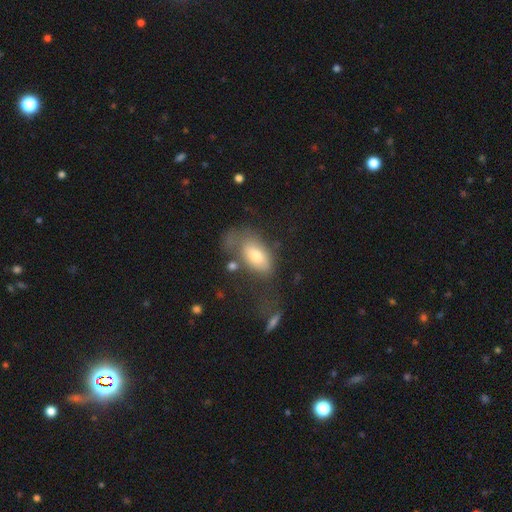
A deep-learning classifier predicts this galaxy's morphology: Smooth or featured?
  - smooth: 68% *
  - featured or disk: 24%
  - star or artifact: 8%
How rounded?
  - in between: 90% *
  - round: 6%
  - cigar-shaped: 3%
Merging?
  - major disturbance: 37% *
  - none: 32%
  - minor disturbance: 23%
  - merger: 9%